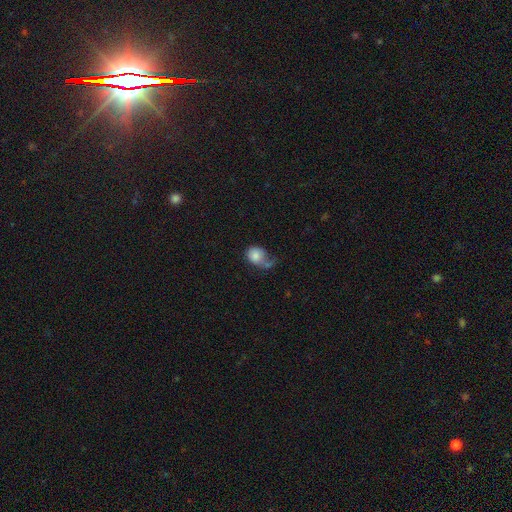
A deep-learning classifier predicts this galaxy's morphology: Q: Smooth or featured?
A: smooth (76%); runner-up: featured or disk (16%)
Q: How rounded?
A: round (57%); runner-up: in between (42%)
Q: Merging?
A: major disturbance (37%); runner-up: none (25%)